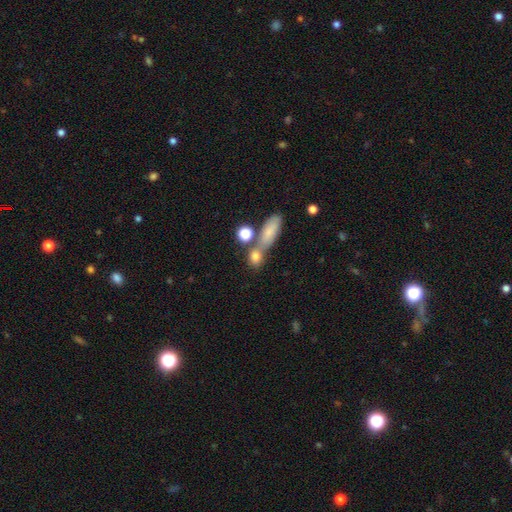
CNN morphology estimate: Overall: smooth (75%). How rounded: round (51%; in between 32%). Merging: none (52%; merger 32%).